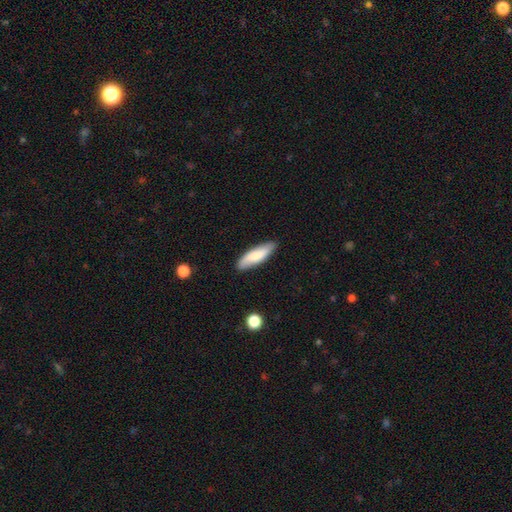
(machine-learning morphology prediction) Smooth or featured? Predicted: smooth (p=0.74). How rounded? Predicted: cigar-shaped (p=0.55). Merging? Predicted: none (p=0.86).